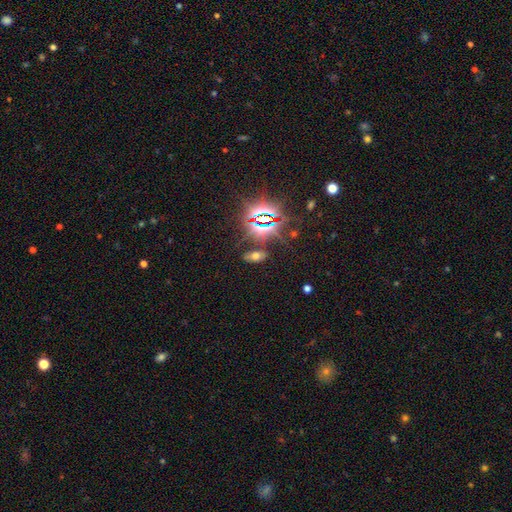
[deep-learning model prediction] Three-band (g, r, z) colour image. It shows a smooth galaxy with no disk features (44%). Merging: none (77%).